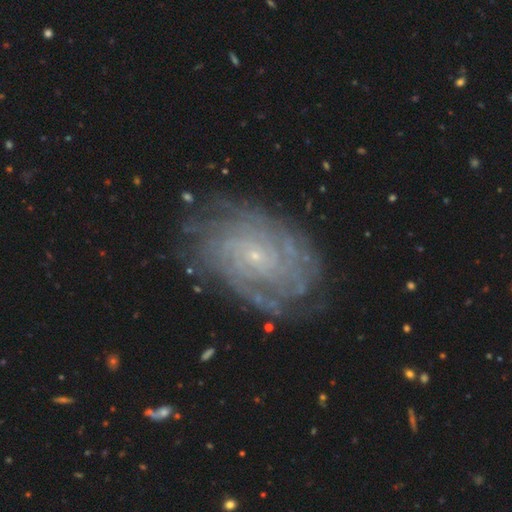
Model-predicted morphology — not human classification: Smooth or featured: featured or disk — 84% (smooth — 8%)
Edge-on disk: no — 96% (yes — 4%)
Bar: no — 73% (weak — 22%)
Spiral arms: yes — 95% (no — 5%)
Spiral winding: tight — 74% (medium — 20%)
Spiral arm count: can't tell — 38% (more than 4 — 17%)
Bulge size: small — 87% (moderate — 8%)
Merging: none — 79% (minor disturbance — 14%)